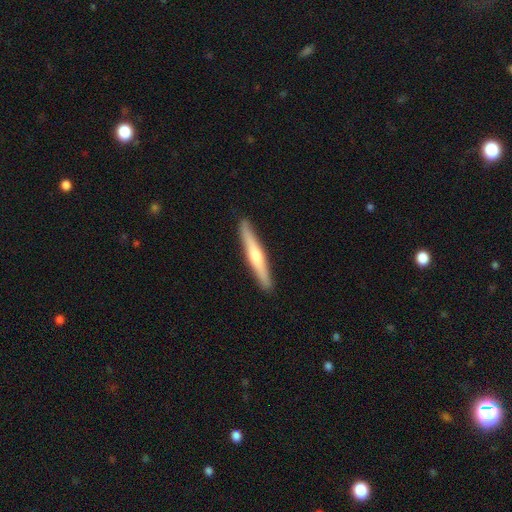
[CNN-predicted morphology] featured or disk 54%, smooth 41%, star or artifact 5%. Down the decision tree: edge-on disk — yes (96%); edge-on bulge — rounded (80%); merging — none (91%).